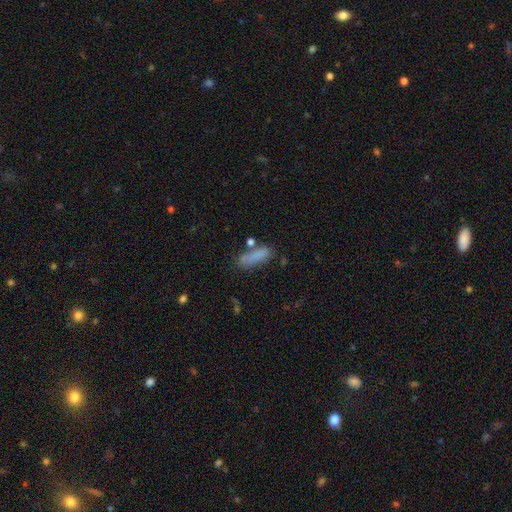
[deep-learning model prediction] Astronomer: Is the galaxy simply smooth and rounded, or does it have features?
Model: smooth — 81%.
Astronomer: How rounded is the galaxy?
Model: cigar-shaped — 58% (runner-up: in between, 39%).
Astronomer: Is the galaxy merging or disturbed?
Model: none — 65%.